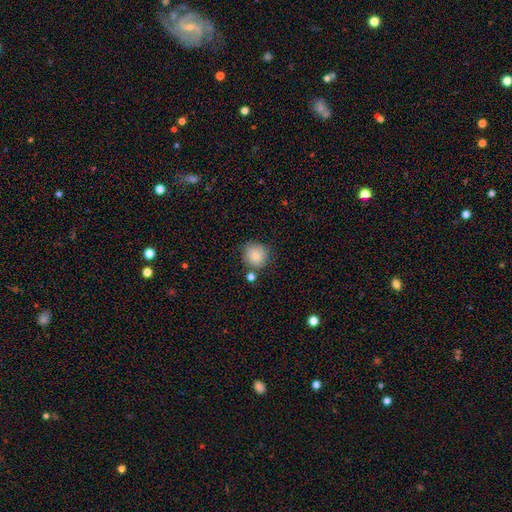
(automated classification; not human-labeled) Overall: smooth (80%). How rounded: round (87%). Merging: none (71%).